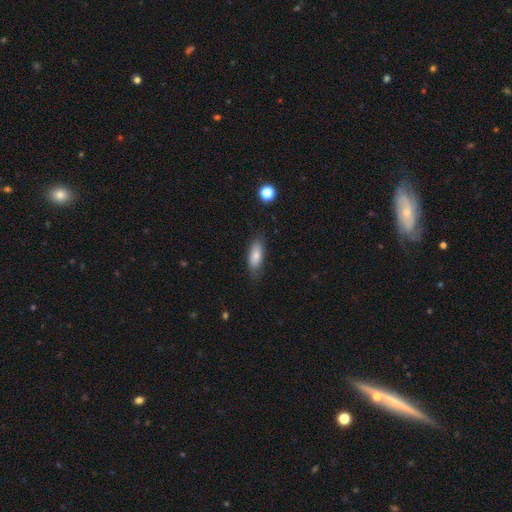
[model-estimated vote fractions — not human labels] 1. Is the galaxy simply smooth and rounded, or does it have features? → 79% smooth, 14% featured or disk, 7% star or artifact.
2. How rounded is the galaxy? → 75% in between, 23% cigar-shaped, 3% round.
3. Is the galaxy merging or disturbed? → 79% none, 16% minor disturbance, 3% major disturbance, 1% merger.